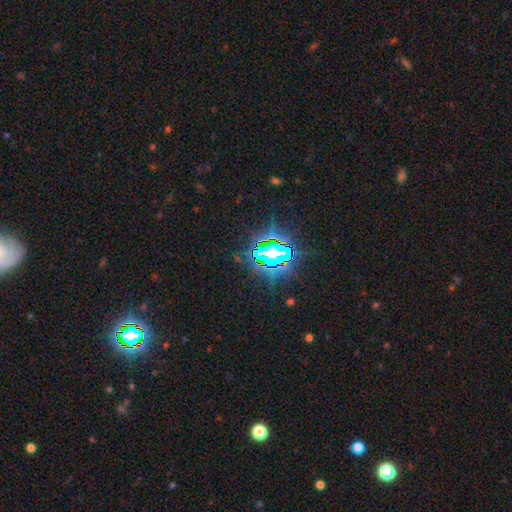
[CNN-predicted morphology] smooth_or_featured: star or artifact (p=0.83) [alt: smooth p=0.10]